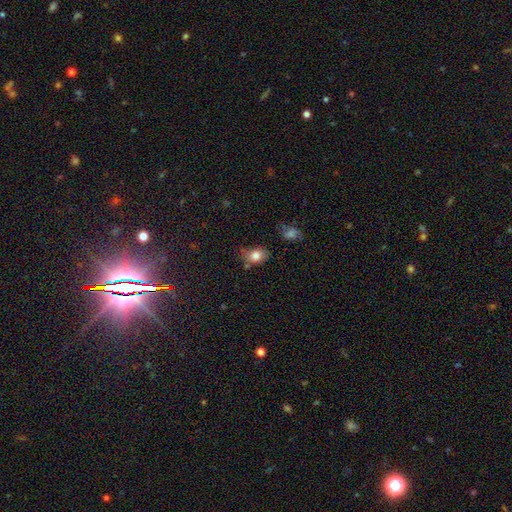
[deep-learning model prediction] A smooth galaxy with no disk features (81%) that is in between round and cigar-shaped (58%).

Vote fractions:
- Smooth or featured? smooth: 81% / star or artifact: 10% / featured or disk: 9%
- How rounded? in between: 58% / round: 40% / cigar-shaped: 1%
- Merging? none: 55% / minor disturbance: 31% / major disturbance: 8% / merger: 6%